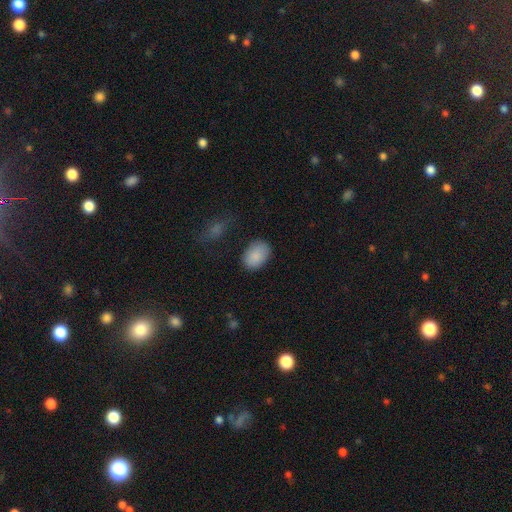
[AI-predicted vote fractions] smooth-or-featured: smooth: 88% | star or artifact: 7% | featured or disk: 5%
  how-rounded: in between: 84% | round: 15% | cigar-shaped: 1%
  merging: none: 78% | minor disturbance: 16% | major disturbance: 4% | merger: 2%